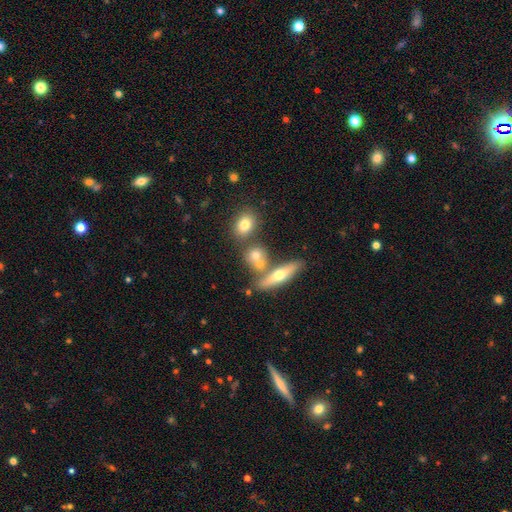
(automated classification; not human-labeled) Smooth or featured: smooth — 64% (featured or disk — 25%)
How rounded: round — 46% (in between — 38%)
Merging: none — 52% (merger — 33%)